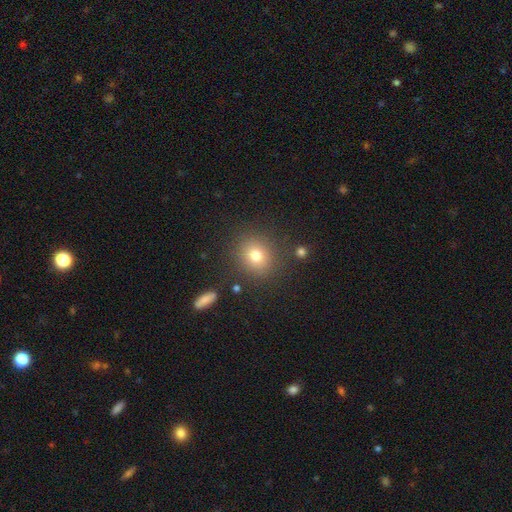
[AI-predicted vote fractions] Smooth or featured? smooth (77%)
How rounded? round (80%)
Merging? none (86%)